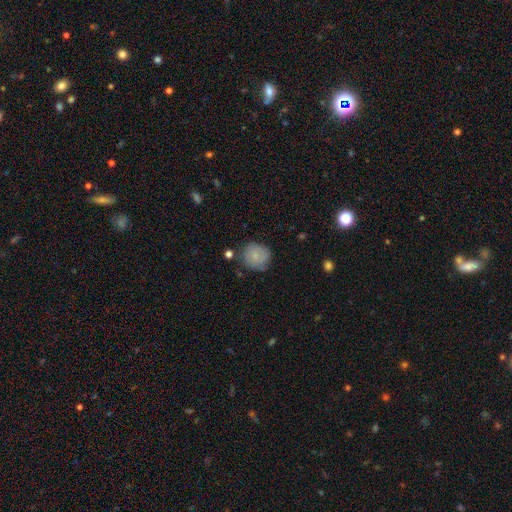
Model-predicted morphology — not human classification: The model was most divided on "merging": none: 70%, minor disturbance: 21%, major disturbance: 5%, merger: 4%. More confident: how rounded — round (87%); smooth or featured — smooth (76%).